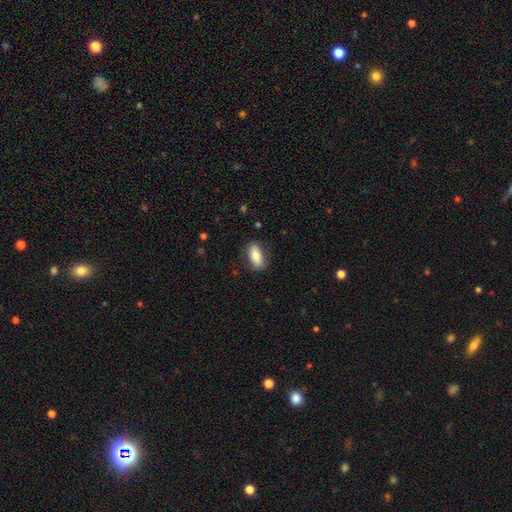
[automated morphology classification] A smooth galaxy with no disk features (77%) that is in between round and cigar-shaped (84%).

Vote fractions:
- Smooth or featured? smooth: 77% / featured or disk: 16% / star or artifact: 6%
- How rounded? in between: 84% / cigar-shaped: 13% / round: 3%
- Merging? none: 84% / minor disturbance: 12% / major disturbance: 3% / merger: 1%